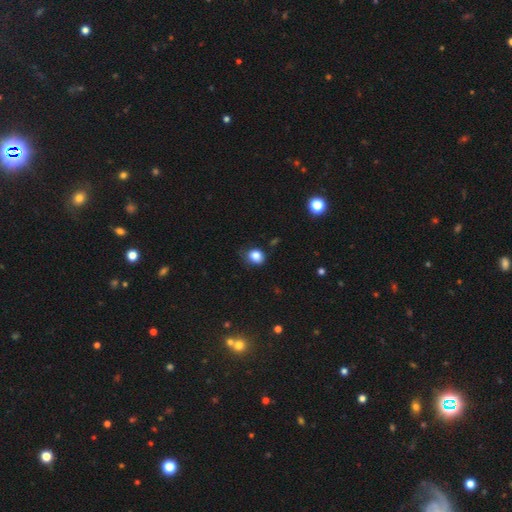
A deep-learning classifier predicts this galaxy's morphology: type=smooth (85%); roundness=round (56%); merging=none (68%).